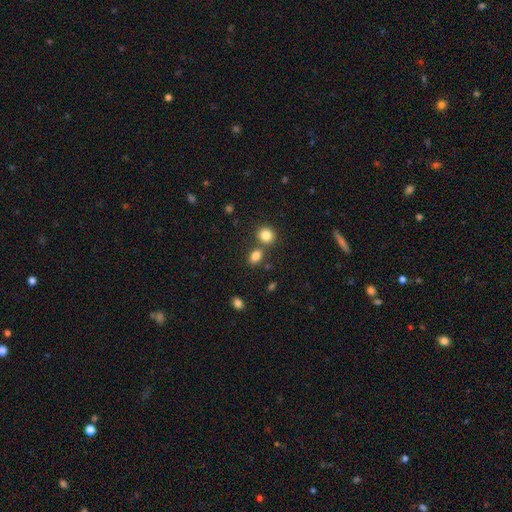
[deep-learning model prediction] Morphology: type=smooth (83%); roundness=in between (66%); merging=none (62%).